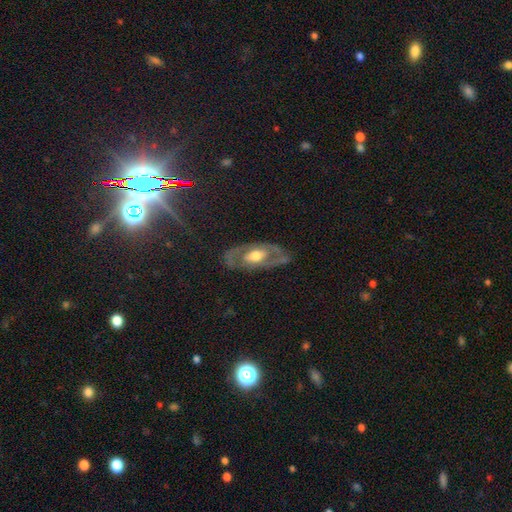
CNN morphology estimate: type=featured or disk (72%); edge-on=no (87%); bar=no (61%); spiral arms=yes (52%); bulge=moderate (69%); merging=none (74%).